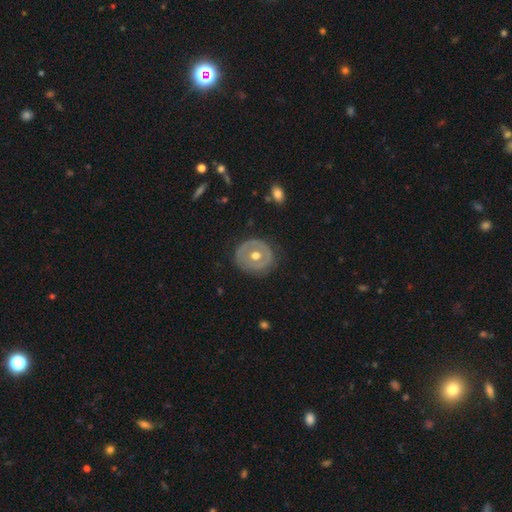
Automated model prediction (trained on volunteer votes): Smooth or featured: featured or disk — 56% (smooth — 38%)
Edge-on disk: no — 95% (yes — 5%)
Bar: no — 84% (weak — 12%)
Spiral arms: no — 84% (yes — 16%)
Bulge size: moderate — 81% (small — 11%)
Merging: none — 81% (minor disturbance — 13%)